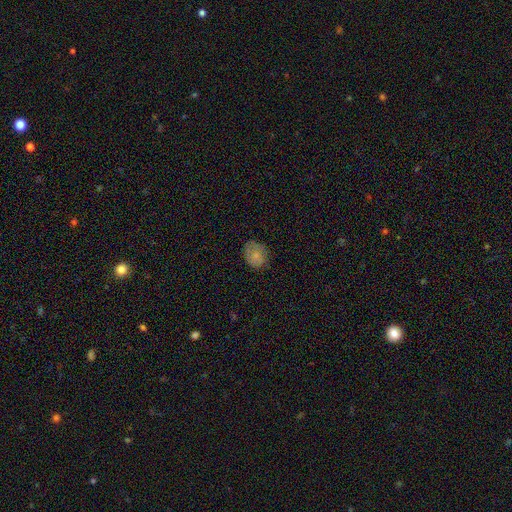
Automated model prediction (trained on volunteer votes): A smooth galaxy with no disk features (76%) that is round (52%).

Vote fractions:
- Smooth or featured? smooth: 76% / featured or disk: 15% / star or artifact: 9%
- How rounded? round: 52% / in between: 47% / cigar-shaped: 1%
- Merging? none: 71% / minor disturbance: 22% / major disturbance: 6% / merger: 1%